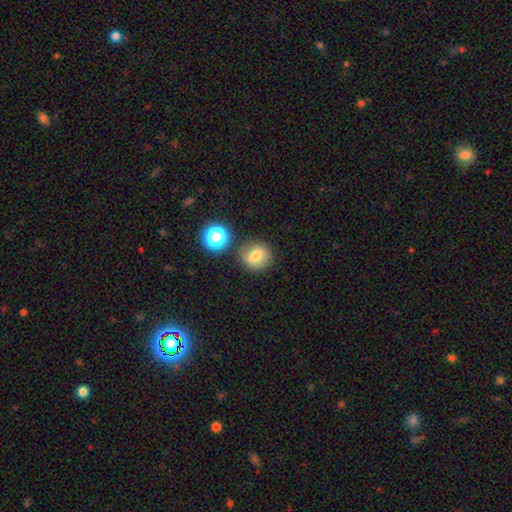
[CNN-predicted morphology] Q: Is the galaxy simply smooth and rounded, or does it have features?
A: smooth — 72%.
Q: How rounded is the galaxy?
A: round — 86%.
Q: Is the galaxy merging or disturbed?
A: none — 77%.